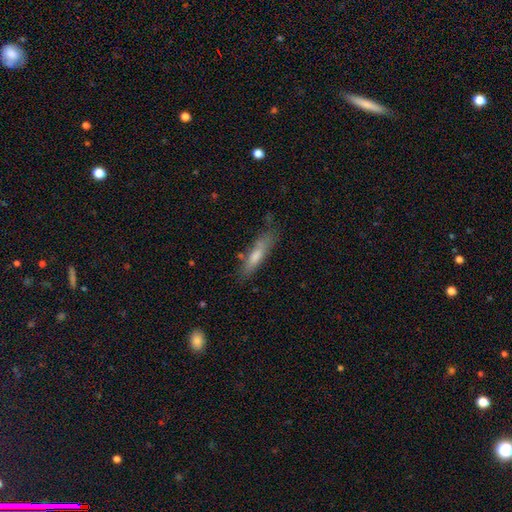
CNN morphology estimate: Smooth or featured? smooth (60%)
How rounded? cigar-shaped (81%)
Merging? none (69%)